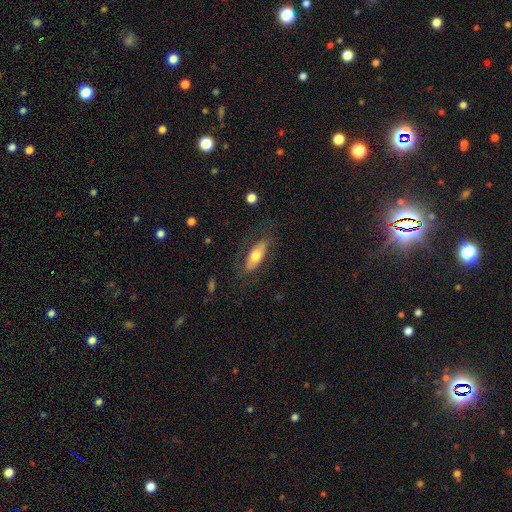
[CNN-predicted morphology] smooth 61%, featured or disk 33%, star or artifact 6%. Down the decision tree: how rounded — in between (71%); merging — none (73%).